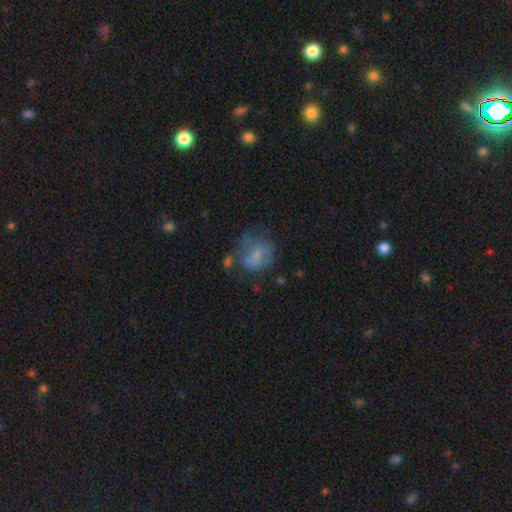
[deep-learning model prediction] smooth_or_featured: smooth (p=0.58) [alt: featured or disk p=0.31]
how_rounded: round (p=0.59) [alt: in between p=0.40]
merging: none (p=0.38) [alt: minor disturbance p=0.26]